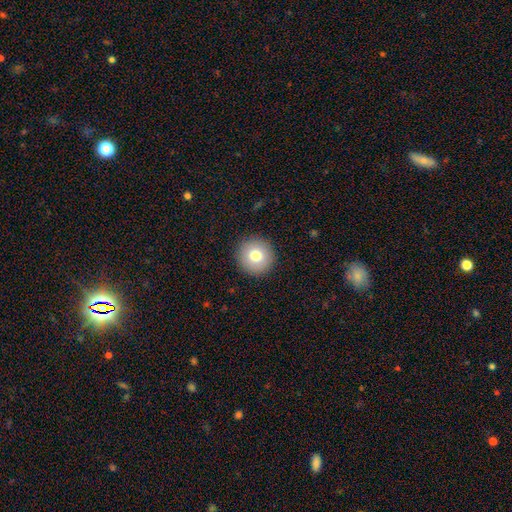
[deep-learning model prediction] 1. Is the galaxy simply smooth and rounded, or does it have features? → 77% smooth, 13% featured or disk, 10% star or artifact.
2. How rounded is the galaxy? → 95% round, 4% in between, 1% cigar-shaped.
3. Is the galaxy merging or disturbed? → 92% none, 5% minor disturbance, 2% major disturbance, 1% merger.